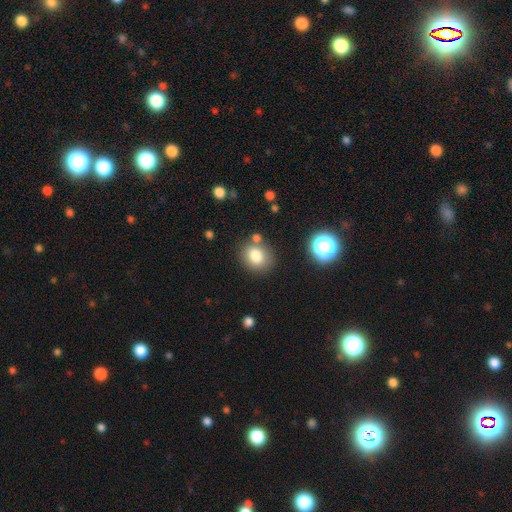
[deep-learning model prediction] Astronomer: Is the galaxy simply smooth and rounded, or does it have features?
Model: smooth — 81%.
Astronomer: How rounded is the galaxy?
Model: round — 72%.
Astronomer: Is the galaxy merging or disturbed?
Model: none — 76%.